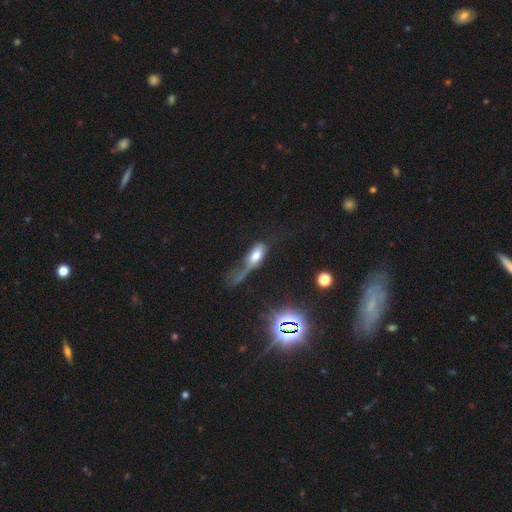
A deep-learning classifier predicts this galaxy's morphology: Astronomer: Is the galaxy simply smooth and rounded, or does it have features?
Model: smooth — 60%.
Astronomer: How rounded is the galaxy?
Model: in between — 78%.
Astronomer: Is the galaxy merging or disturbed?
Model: major disturbance — 50%.